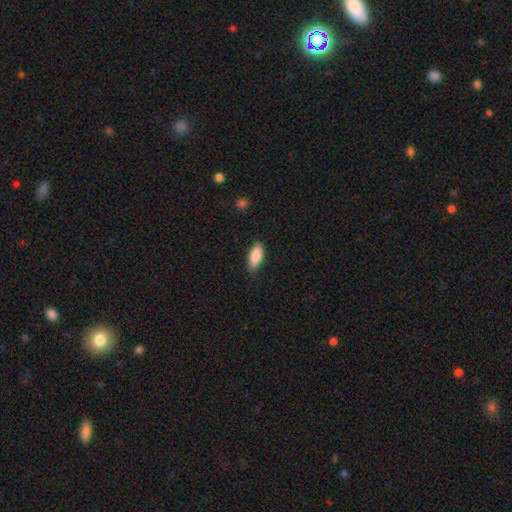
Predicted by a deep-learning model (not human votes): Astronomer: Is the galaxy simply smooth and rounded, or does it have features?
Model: smooth — 87%.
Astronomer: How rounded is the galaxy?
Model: in between — 82%.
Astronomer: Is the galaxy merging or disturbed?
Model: none — 84%.